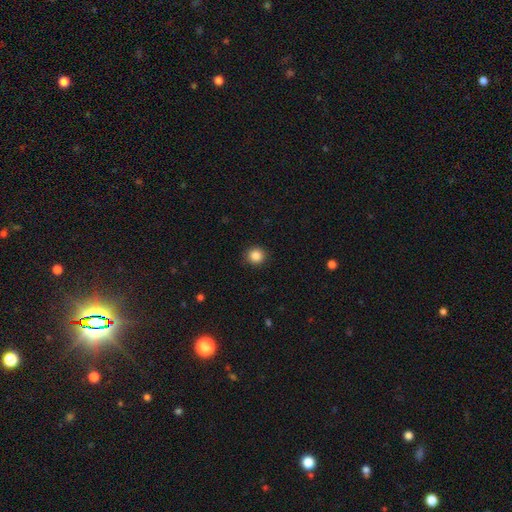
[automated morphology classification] type=smooth (86%); roundness=round (93%); merging=none (90%).